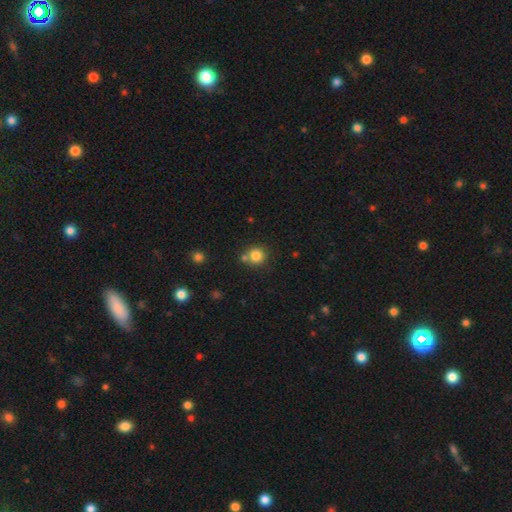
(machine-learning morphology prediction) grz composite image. It shows a smooth galaxy with no disk features (82%) that is round (91%). Merging: none (68%).